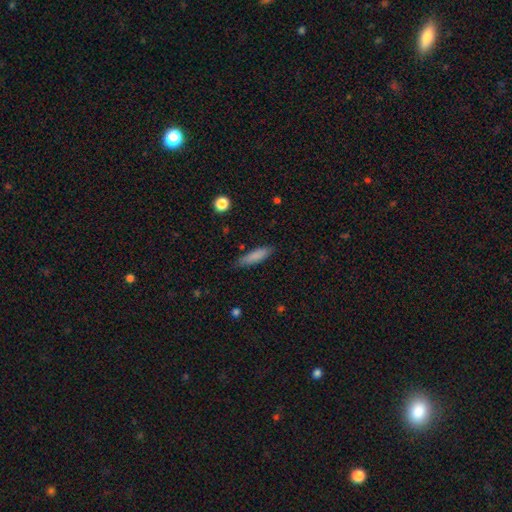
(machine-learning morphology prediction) type=smooth (84%); roundness=cigar-shaped (67%); merging=none (82%).